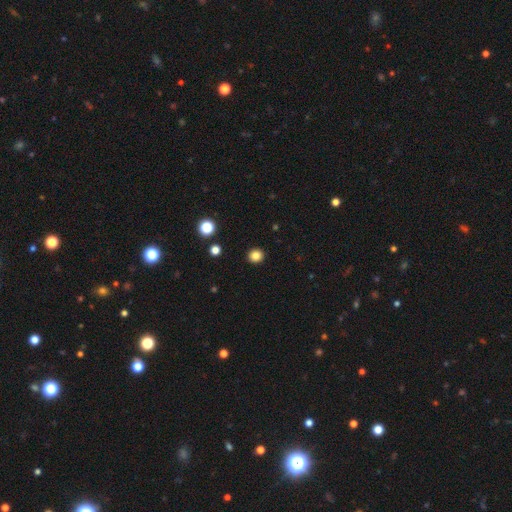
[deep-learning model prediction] This is clearly a smooth galaxy (84%). How rounded: clearly round (90%). Merging: clearly none (93%).